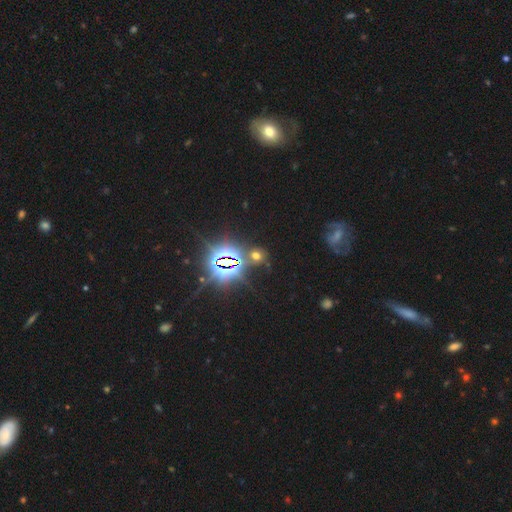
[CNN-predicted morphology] This is possibly a star or artifact rather than a galaxy (57%).